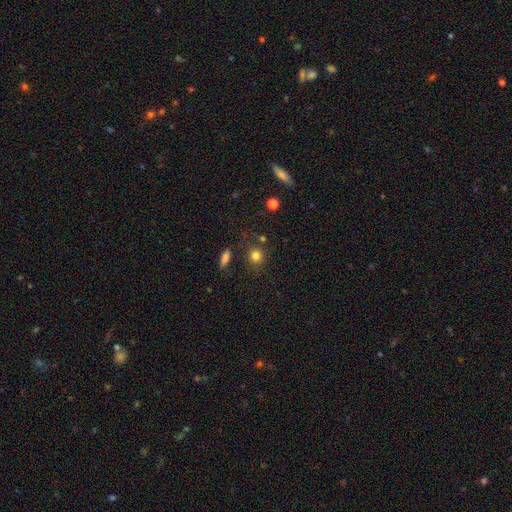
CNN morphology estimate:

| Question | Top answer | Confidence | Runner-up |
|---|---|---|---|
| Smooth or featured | smooth | 81% | star or artifact (13%) |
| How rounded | round | 84% | in between (15%) |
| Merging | none | 80% | minor disturbance (10%) |